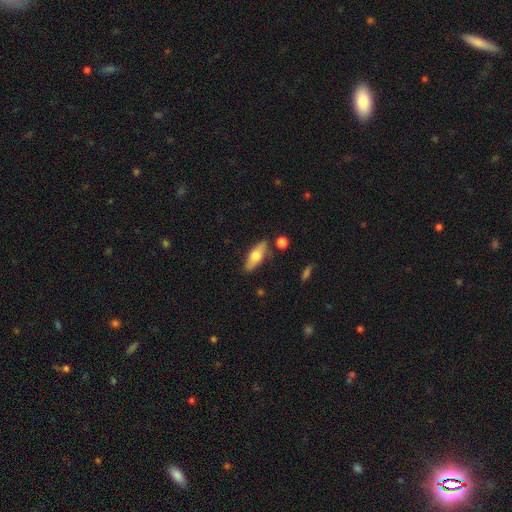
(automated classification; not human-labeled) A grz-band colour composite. It shows a smooth galaxy with no disk features (60%) that is in between round and cigar-shaped (64%). Merging: none (78%).